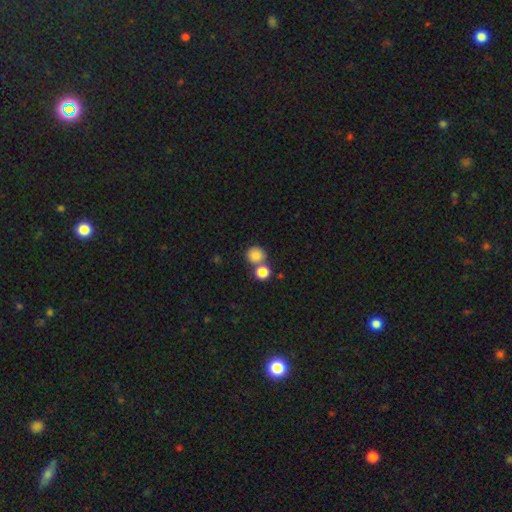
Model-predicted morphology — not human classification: Overall: smooth (83%). How rounded: round (88%). Merging: none (57%; merger 31%).